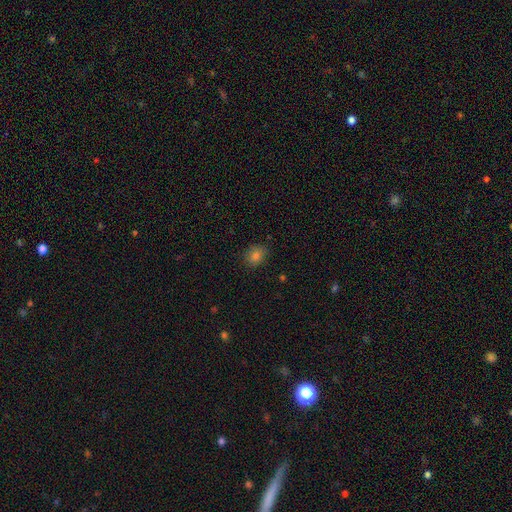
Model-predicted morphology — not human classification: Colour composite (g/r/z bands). It shows a smooth galaxy with no disk features (79%) that is round (60%). Merging: none (85%).